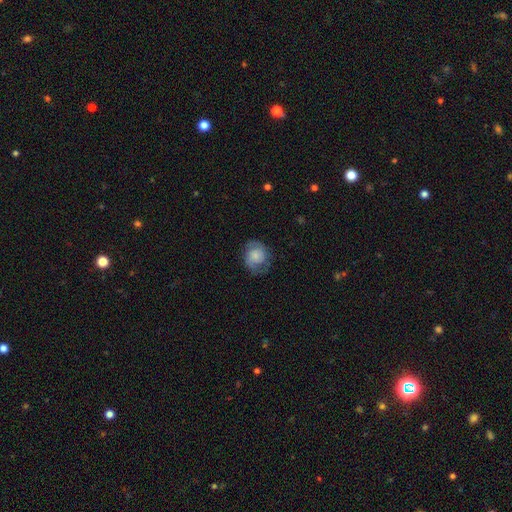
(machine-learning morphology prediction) Smooth or featured: smooth — 46% (tied with featured or disk — 46%)
Merging: none — 67% (minor disturbance — 20%)